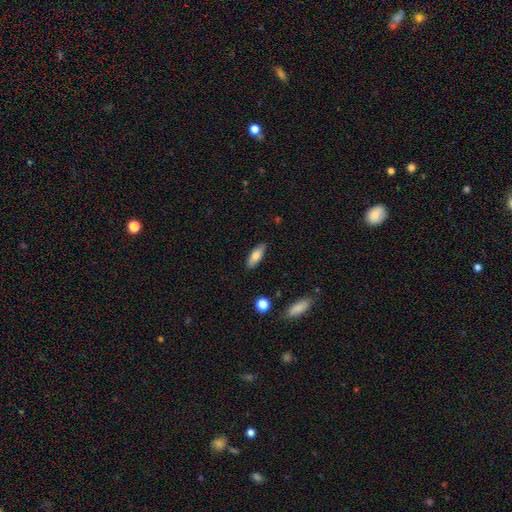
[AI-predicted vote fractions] Smooth or featured?
  - smooth: 76% *
  - featured or disk: 17%
  - star or artifact: 7%
How rounded?
  - in between: 68% *
  - cigar-shaped: 30%
  - round: 2%
Merging?
  - none: 86% *
  - minor disturbance: 10%
  - major disturbance: 2%
  - merger: 1%